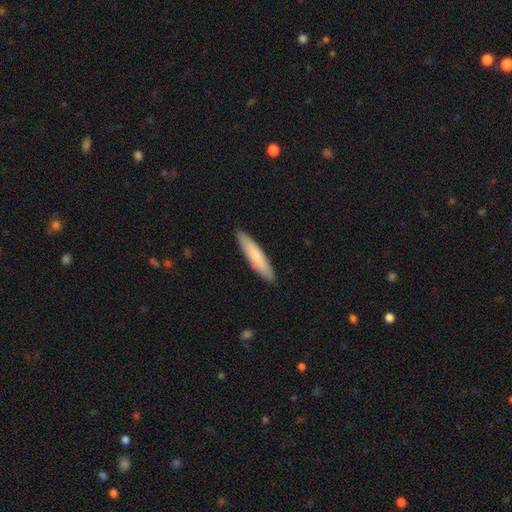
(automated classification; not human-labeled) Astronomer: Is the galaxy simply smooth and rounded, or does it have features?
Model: smooth — 70%.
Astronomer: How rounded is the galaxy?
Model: cigar-shaped — 85%.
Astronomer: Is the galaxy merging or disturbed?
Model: none — 89%.